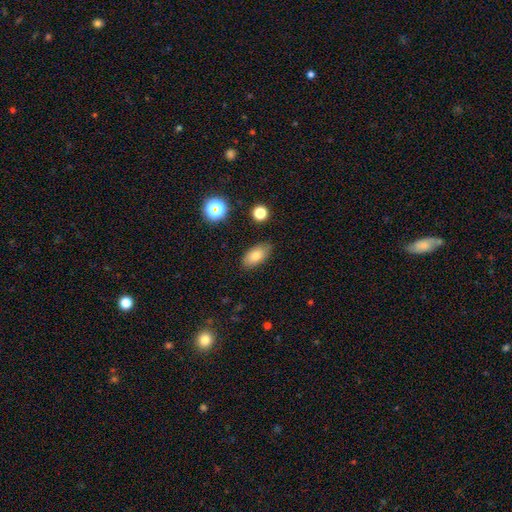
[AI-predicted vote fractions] A smooth galaxy with no disk features (78%) that is in between round and cigar-shaped (90%). Merging: none (84%).